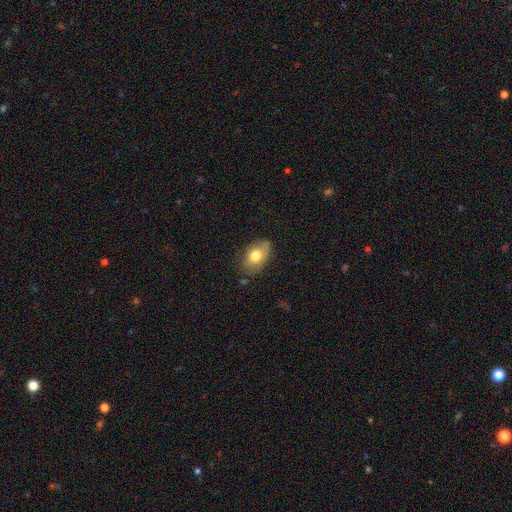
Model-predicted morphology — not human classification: Smooth or featured?
  - smooth: 73% *
  - featured or disk: 19%
  - star or artifact: 8%
How rounded?
  - in between: 87% *
  - round: 12%
  - cigar-shaped: 2%
Merging?
  - none: 69% *
  - minor disturbance: 24%
  - major disturbance: 5%
  - merger: 2%